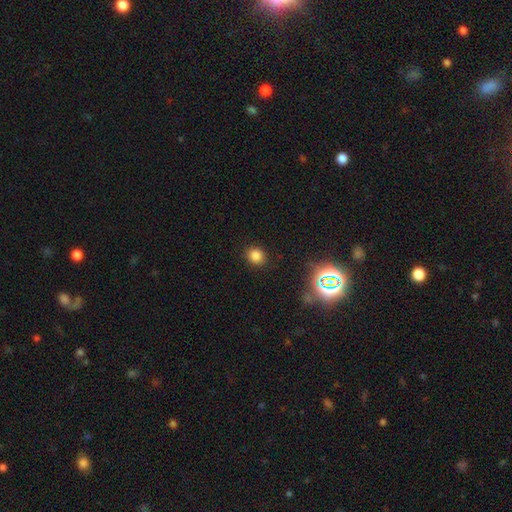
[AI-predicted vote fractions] The model was most divided on "how rounded": round: 77%, in between: 22%, cigar-shaped: 1%. More confident: merging — none (89%); smooth or featured — smooth (80%).